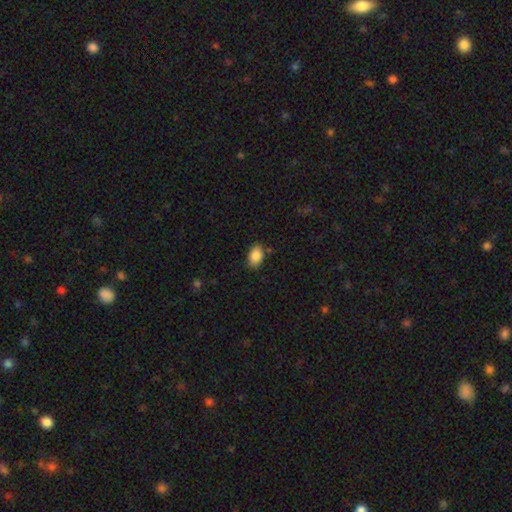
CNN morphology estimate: smooth 87%, star or artifact 8%, featured or disk 6%. Down the decision tree: how rounded — in between (87%); merging — none (82%).